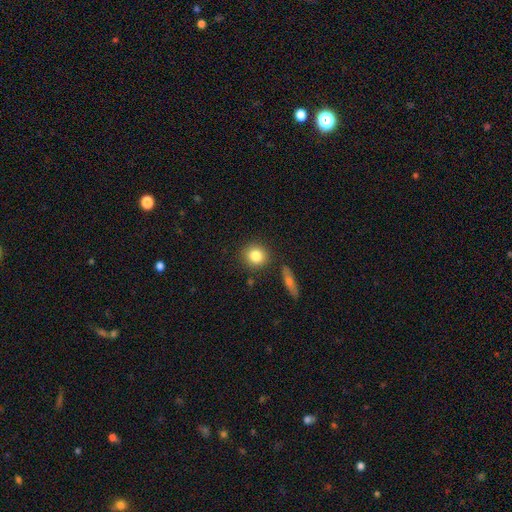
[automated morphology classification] smooth-or-featured: smooth: 83% | star or artifact: 9% | featured or disk: 8%
  how-rounded: round: 84% | in between: 14% | cigar-shaped: 2%
  merging: none: 85% | minor disturbance: 9% | merger: 4% | major disturbance: 2%